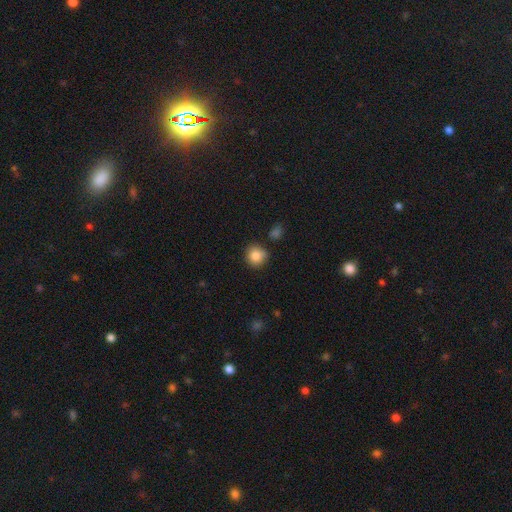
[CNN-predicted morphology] Smooth or featured: smooth — 85% (star or artifact — 9%)
How rounded: round — 91% (in between — 8%)
Merging: none — 82% (minor disturbance — 12%)